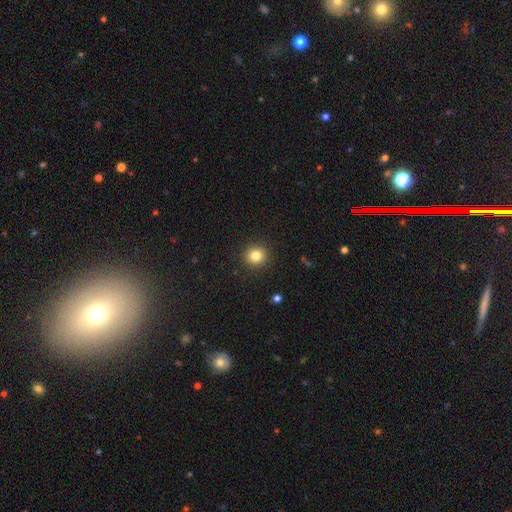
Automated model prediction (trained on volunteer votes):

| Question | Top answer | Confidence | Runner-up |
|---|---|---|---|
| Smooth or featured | smooth | 82% | star or artifact (11%) |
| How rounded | round | 90% | in between (10%) |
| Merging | none | 92% | minor disturbance (5%) |